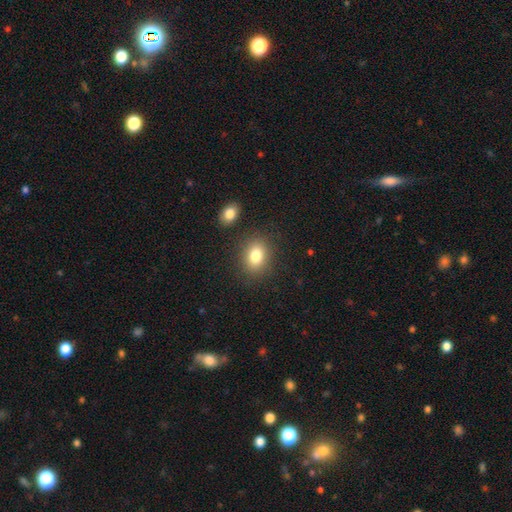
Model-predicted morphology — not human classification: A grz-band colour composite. It shows a smooth galaxy with no disk features (81%) that is in between round and cigar-shaped (57%). Merging: none (83%).